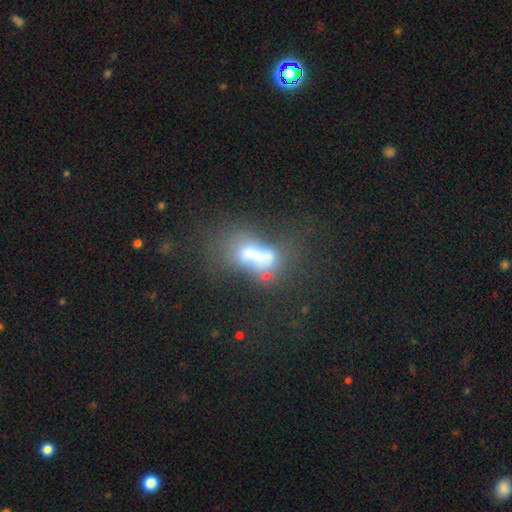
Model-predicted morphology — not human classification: Smooth or featured?
  - smooth: 49% *
  - featured or disk: 35%
  - star or artifact: 16%
Merging?
  - merger: 36% *
  - major disturbance: 30%
  - none: 19%
  - minor disturbance: 14%